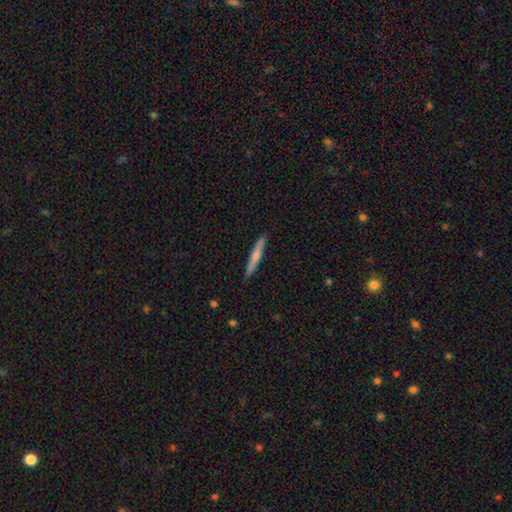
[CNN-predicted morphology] Q: Smooth or featured?
A: smooth (57%); runner-up: featured or disk (38%)
Q: How rounded?
A: cigar-shaped (96%); runner-up: in between (3%)
Q: Merging?
A: none (91%); runner-up: minor disturbance (7%)